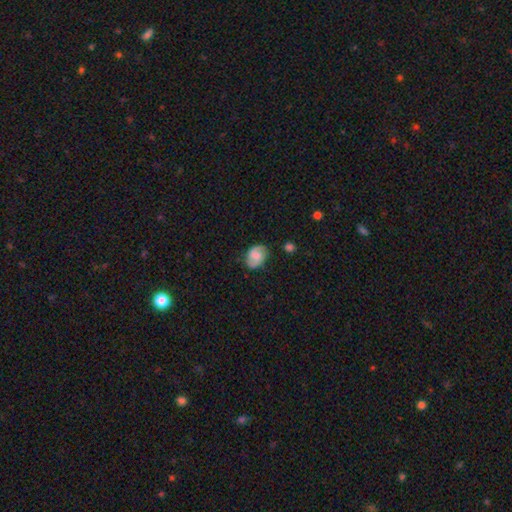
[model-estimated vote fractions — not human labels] The model was most divided on "smooth or featured": smooth: 52%, featured or disk: 40%, star or artifact: 8%. More confident: how rounded — in between (72%); merging — none (72%).